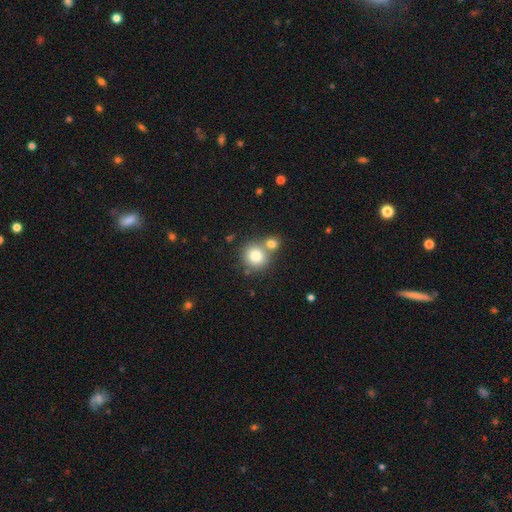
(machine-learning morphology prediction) Overall: smooth (80%). How rounded: round (89%). Merging: none (54%; merger 35%).